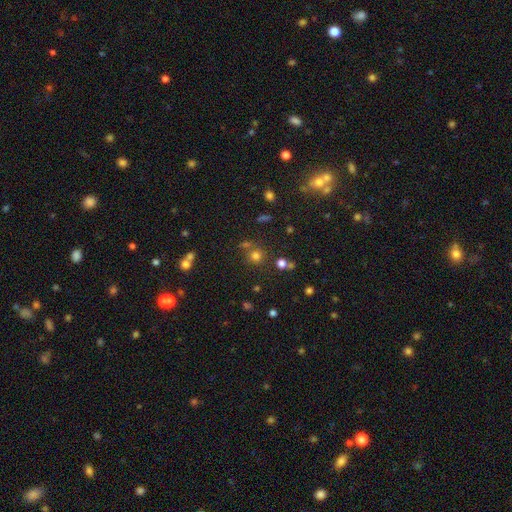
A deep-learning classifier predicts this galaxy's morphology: Smooth or featured? Predicted: smooth (p=0.69). How rounded? Predicted: round (p=0.91). Merging? Predicted: none (p=0.73).